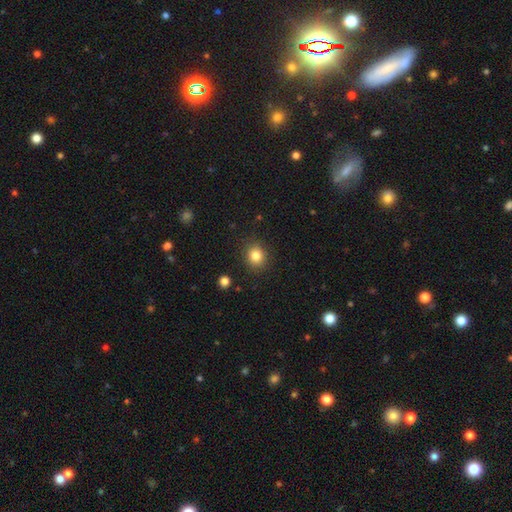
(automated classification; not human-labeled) Q: Smooth or featured?
A: smooth (83%); runner-up: star or artifact (11%)
Q: How rounded?
A: round (79%); runner-up: in between (20%)
Q: Merging?
A: none (88%); runner-up: minor disturbance (8%)